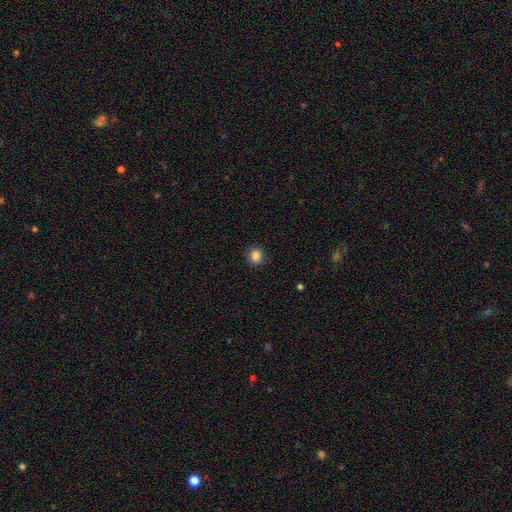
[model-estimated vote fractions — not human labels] Overall: smooth (86%). How rounded: round (73%). Merging: none (88%).